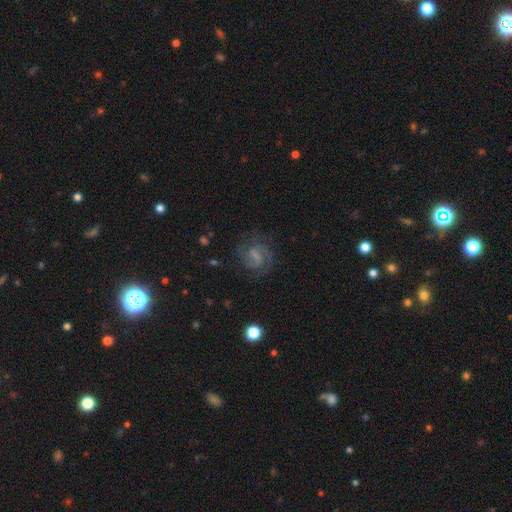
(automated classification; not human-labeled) The model was most divided on "bulge size": none: 49%, small: 33%, moderate: 14%, large: 3%, dominant: 1%. More confident: edge-on disk — no (98%); spiral arms — yes (95%); spiral arm count — 2 (77%); smooth or featured — featured or disk (75%); merging — none (73%); bar — weak (53%); spiral winding — medium (50%).